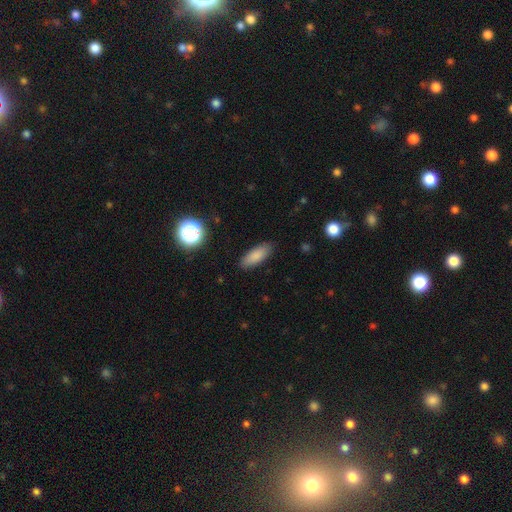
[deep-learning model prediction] A smooth galaxy with no disk features (84%) that is in between round and cigar-shaped (69%).

Vote fractions:
- Smooth or featured? smooth: 84% / star or artifact: 8% / featured or disk: 8%
- How rounded? in between: 69% / cigar-shaped: 28% / round: 3%
- Merging? none: 87% / minor disturbance: 9% / major disturbance: 2% / merger: 1%